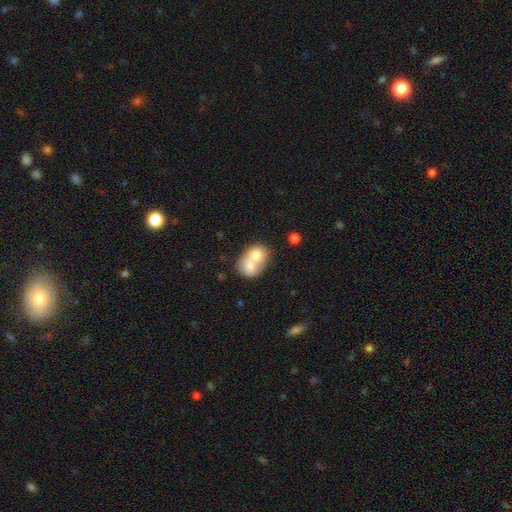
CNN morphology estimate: A smooth galaxy with no disk features (70%) that is round (55%). Merging: merger (73%).